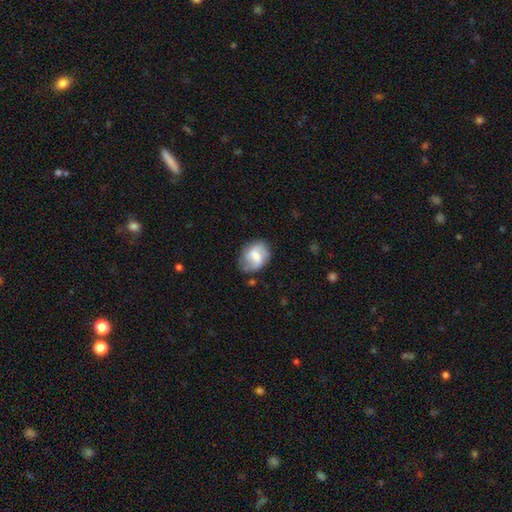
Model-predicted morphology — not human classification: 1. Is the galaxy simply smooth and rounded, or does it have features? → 51% featured or disk, 42% smooth, 7% star or artifact.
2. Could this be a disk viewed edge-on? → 97% no, 3% yes.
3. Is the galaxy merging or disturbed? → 64% none, 24% minor disturbance, 9% major disturbance, 2% merger.